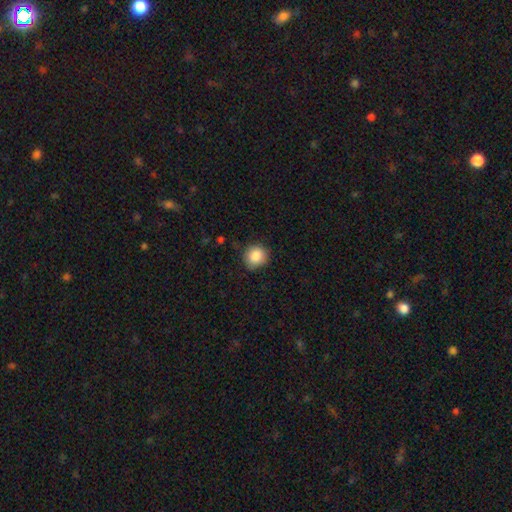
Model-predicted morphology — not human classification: Smooth or featured? Predicted: smooth (p=0.86). How rounded? Predicted: round (p=0.89). Merging? Predicted: none (p=0.85).